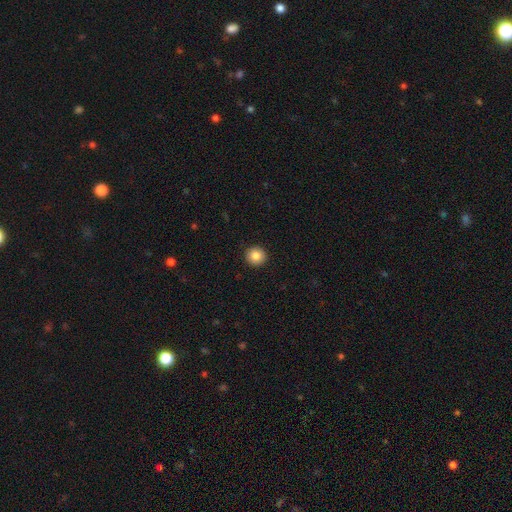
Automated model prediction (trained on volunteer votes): The model was most divided on "smooth or featured": smooth: 86%, star or artifact: 9%, featured or disk: 5%. More confident: how rounded — round (94%); merging — none (93%).